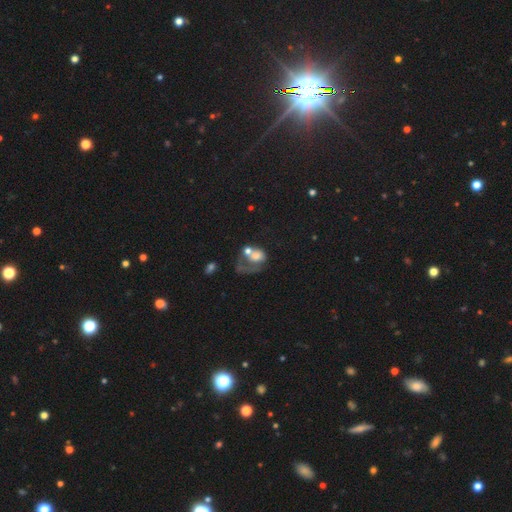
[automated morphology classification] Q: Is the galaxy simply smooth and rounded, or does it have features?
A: smooth — 46%.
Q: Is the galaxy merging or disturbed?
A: merger — 38%.